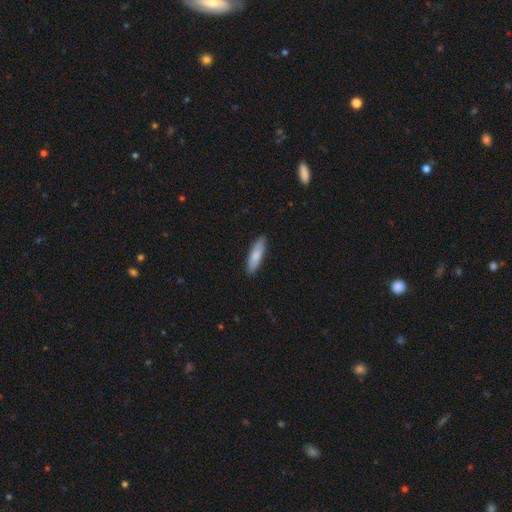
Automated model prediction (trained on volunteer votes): A smooth galaxy with no disk features (83%) that is cigar-shaped (65%). Merging: none (88%).